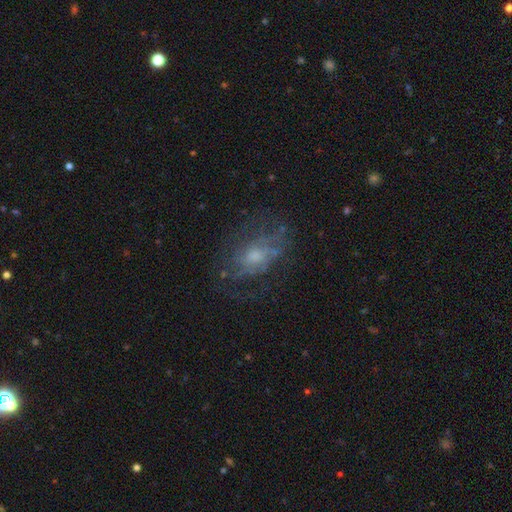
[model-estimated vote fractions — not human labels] This appears to be a featured or disk galaxy (60%) with no bar (74%), spiral arms (58%) and a moderate central bulge (46%). Merging: none (56%).